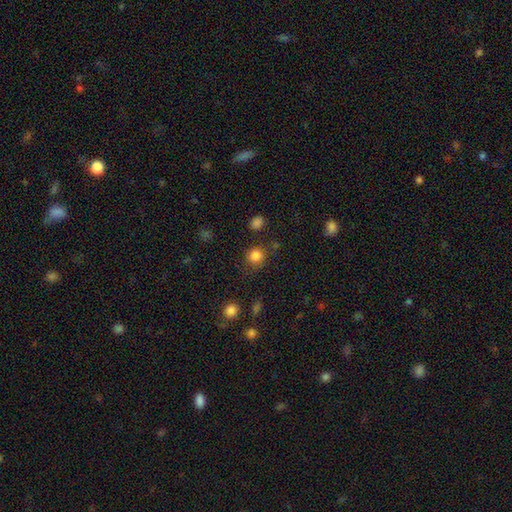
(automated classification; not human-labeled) This is clearly a smooth galaxy (84%). How rounded: clearly round (89%). Merging: likely none (80%).